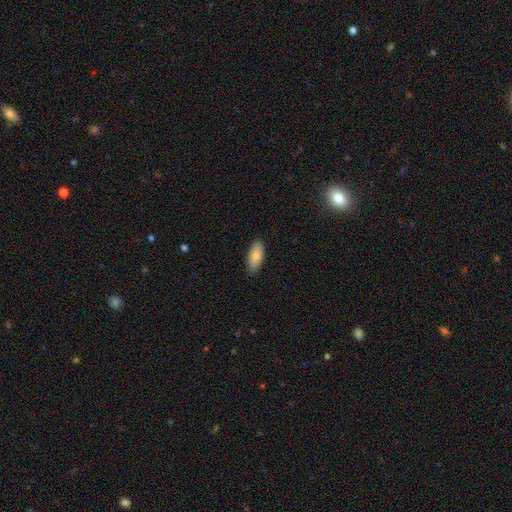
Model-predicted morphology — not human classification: type=smooth (85%); roundness=in between (87%); merging=none (89%).